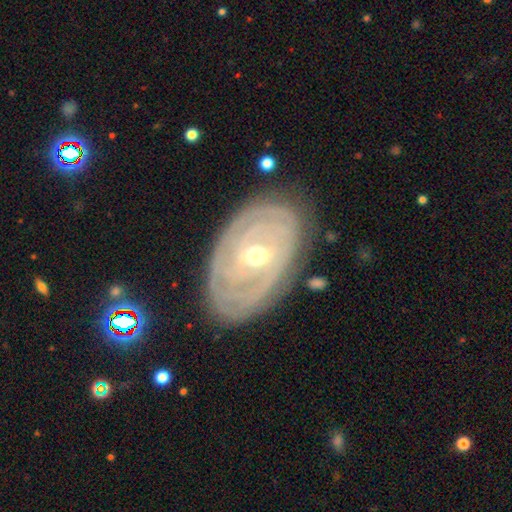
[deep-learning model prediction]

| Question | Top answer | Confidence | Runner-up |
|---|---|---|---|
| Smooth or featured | featured or disk | 87% | smooth (8%) |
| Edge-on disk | no | 95% | yes (5%) |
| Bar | weak | 44% | no (32%) |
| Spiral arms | yes | 92% | no (8%) |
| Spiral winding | tight | 85% | medium (12%) |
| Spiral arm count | can't tell | 39% | 2 (21%) |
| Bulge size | moderate | 57% | small (39%) |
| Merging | none | 81% | minor disturbance (14%) |